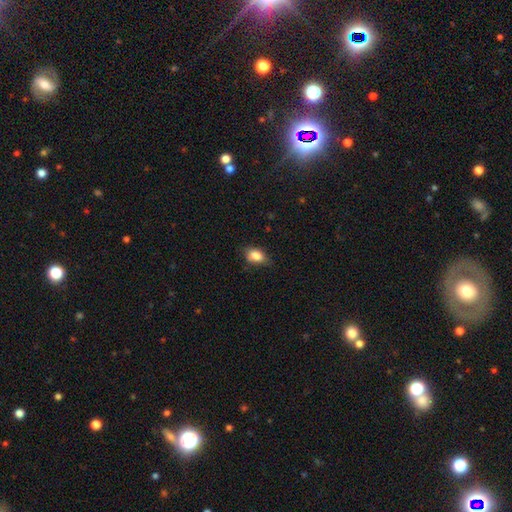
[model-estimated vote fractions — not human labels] Smooth or featured: smooth — 83% (star or artifact — 9%)
How rounded: in between — 81% (round — 16%)
Merging: none — 69% (minor disturbance — 25%)